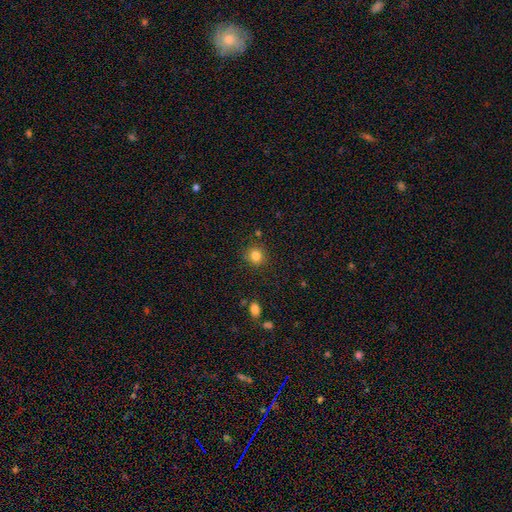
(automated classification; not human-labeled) This appears to be a smooth galaxy with no disk features (83%) that is round (87%). Merging: none (87%).